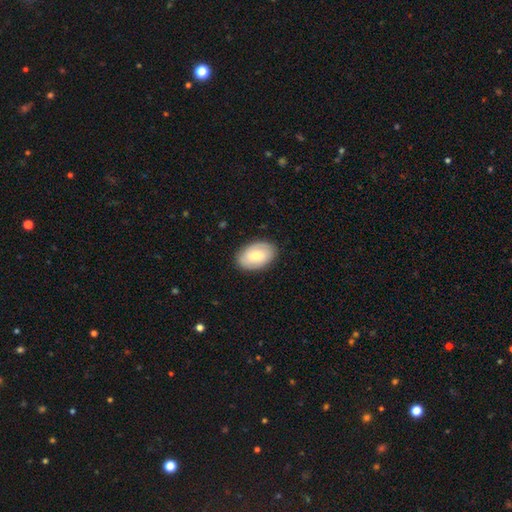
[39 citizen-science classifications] smooth 62%, featured or disk 33%, star or artifact 5%. Down the decision tree: how rounded — in between (88%); merging — none (76%).